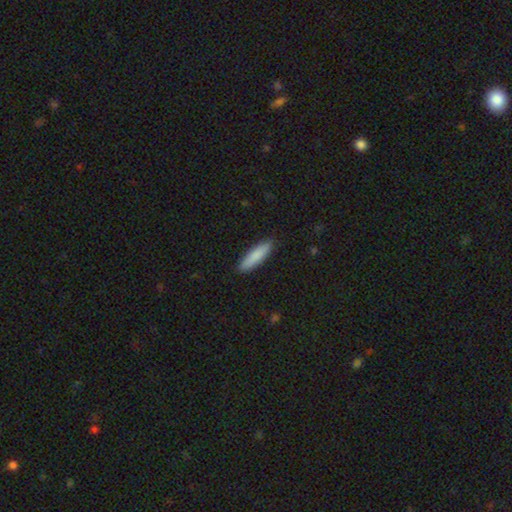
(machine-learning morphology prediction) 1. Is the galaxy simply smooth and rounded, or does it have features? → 85% smooth, 9% featured or disk, 5% star or artifact.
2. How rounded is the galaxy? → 73% cigar-shaped, 25% in between, 1% round.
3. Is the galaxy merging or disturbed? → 90% none, 8% minor disturbance, 2% major disturbance, 1% merger.